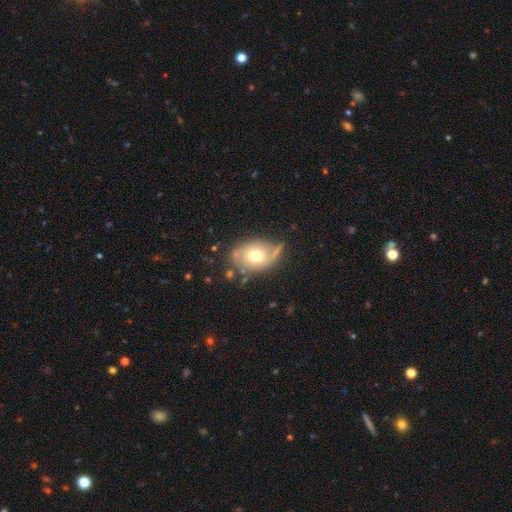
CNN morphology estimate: A smooth galaxy with no disk features (54%) that is in between round and cigar-shaped (68%). Merging: none (57%).